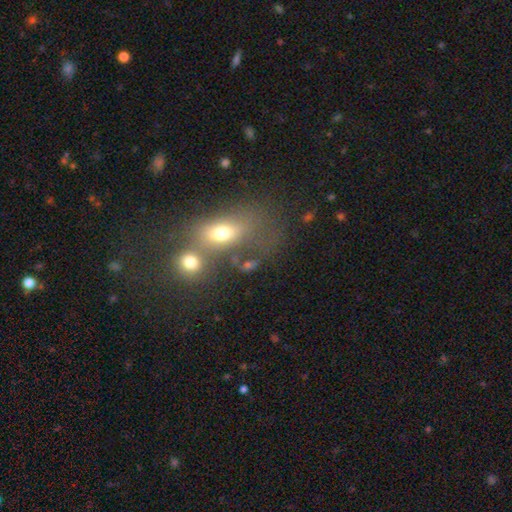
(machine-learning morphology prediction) A smooth galaxy with no disk features (52%) that is in between round and cigar-shaped (66%).

Vote fractions:
- Smooth or featured? smooth: 52% / featured or disk: 27% / star or artifact: 20%
- How rounded? in between: 66% / round: 26% / cigar-shaped: 8%
- Merging? merger: 59% / none: 23% / major disturbance: 9% / minor disturbance: 9%